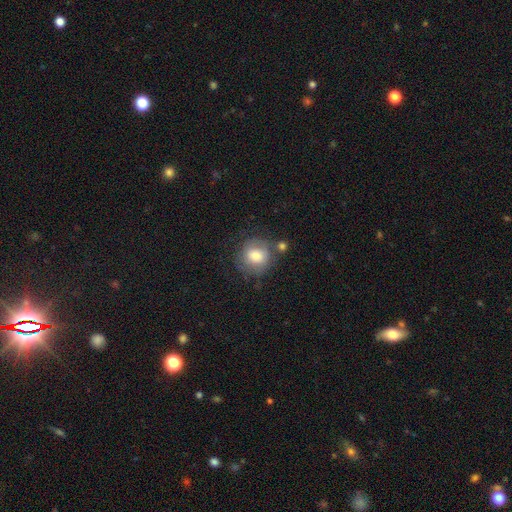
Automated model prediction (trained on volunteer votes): The model was most divided on "merging": none: 62%, minor disturbance: 19%, major disturbance: 9%, merger: 9%. More confident: how rounded — round (84%); smooth or featured — smooth (68%).